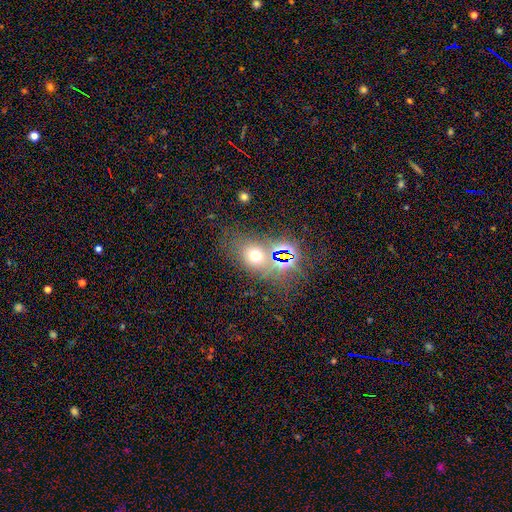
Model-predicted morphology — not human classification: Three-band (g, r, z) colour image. It shows a smooth galaxy with no disk features (55%) that is in between round and cigar-shaped (50%). Merging: none (65%).